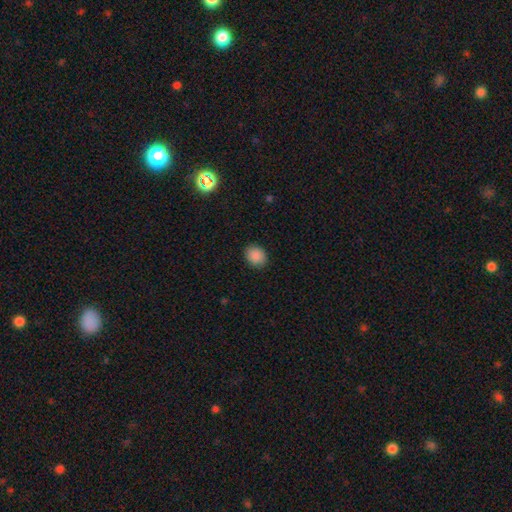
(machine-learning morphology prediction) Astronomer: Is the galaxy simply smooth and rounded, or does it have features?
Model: smooth — 89%.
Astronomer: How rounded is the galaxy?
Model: round — 51% (runner-up: in between, 48%).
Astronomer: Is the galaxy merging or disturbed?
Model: none — 89%.